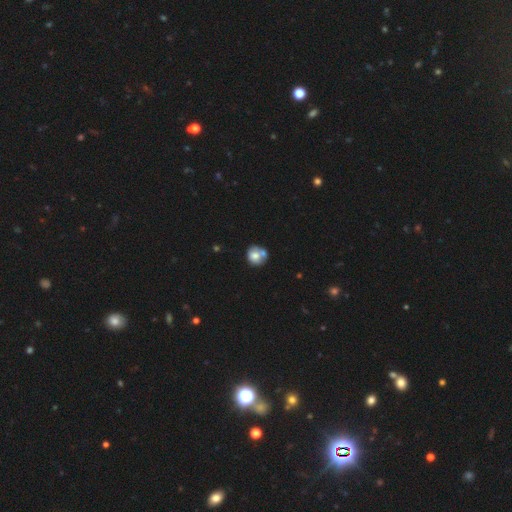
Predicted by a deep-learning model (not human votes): This is likely a smooth galaxy (68%). How rounded: likely round (79%). Merging: marginally none (40%, tied with merger).